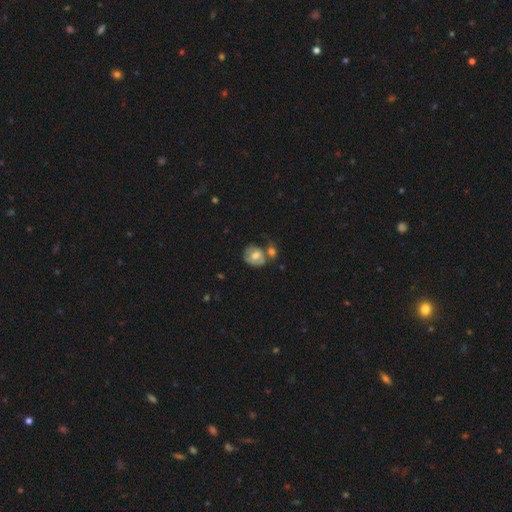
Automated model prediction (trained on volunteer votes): Q: Smooth or featured?
A: smooth (53%); runner-up: featured or disk (39%)
Q: How rounded?
A: round (59%); runner-up: in between (40%)
Q: Merging?
A: none (40%); runner-up: merger (34%)